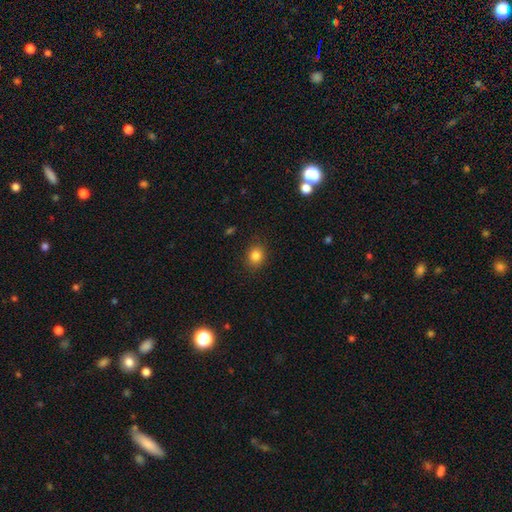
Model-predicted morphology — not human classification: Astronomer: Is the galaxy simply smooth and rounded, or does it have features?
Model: smooth — 84%.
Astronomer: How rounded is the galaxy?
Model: round — 66%.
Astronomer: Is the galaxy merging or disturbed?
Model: none — 88%.